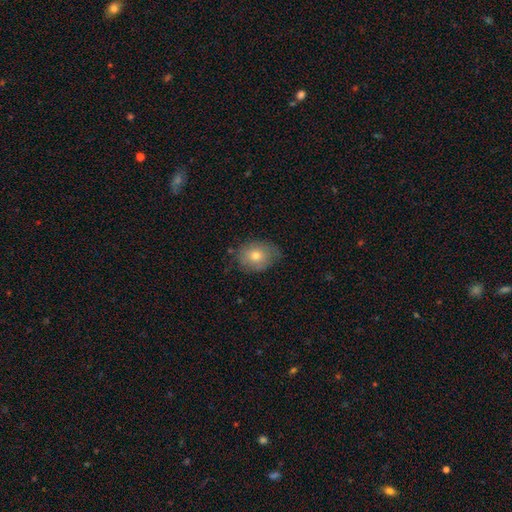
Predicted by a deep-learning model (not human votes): Overall: smooth (71%). How rounded: in between (57%; round 42%). Merging: none (70%).